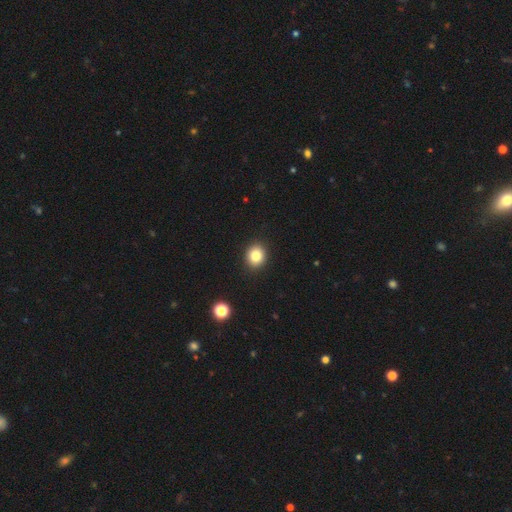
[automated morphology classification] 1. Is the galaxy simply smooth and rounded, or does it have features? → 83% smooth, 11% star or artifact, 6% featured or disk.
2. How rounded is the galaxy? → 73% round, 26% in between, 1% cigar-shaped.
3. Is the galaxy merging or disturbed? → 91% none, 6% minor disturbance, 2% major disturbance, 1% merger.